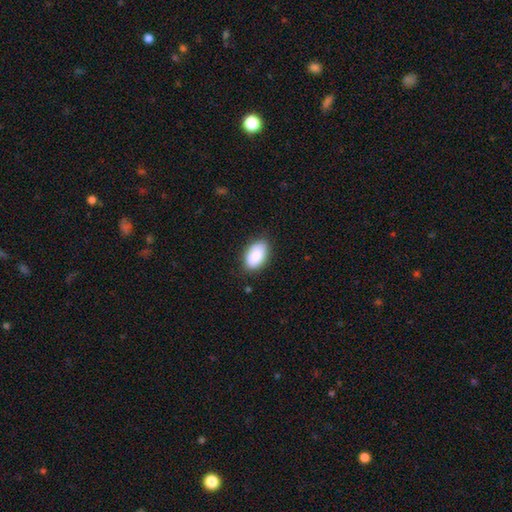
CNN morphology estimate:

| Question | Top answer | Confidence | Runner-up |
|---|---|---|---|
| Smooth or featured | smooth | 86% | featured or disk (7%) |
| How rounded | in between | 93% | round (6%) |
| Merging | none | 80% | minor disturbance (16%) |